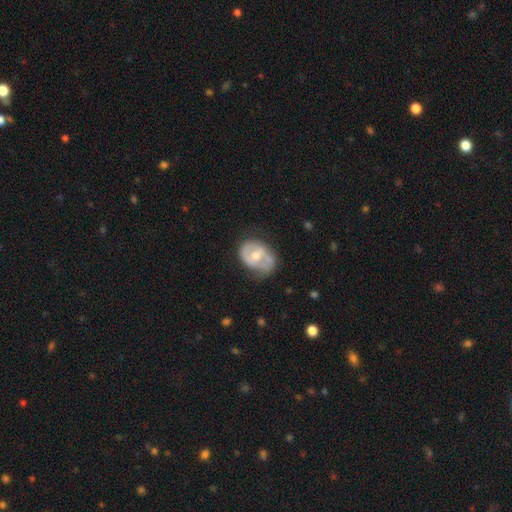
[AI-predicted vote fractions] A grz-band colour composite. It shows a featured or disk galaxy (60%) with no bar (46%), spiral arms (59%) and a moderate central bulge (67%). Merging: none (51%).